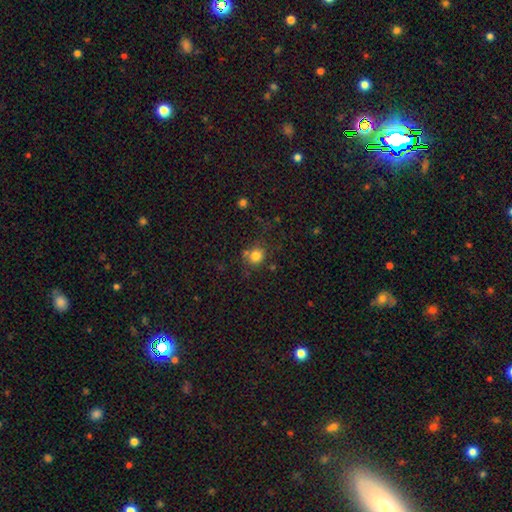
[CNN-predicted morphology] Smooth or featured?
  - smooth: 81% *
  - star or artifact: 13%
  - featured or disk: 7%
How rounded?
  - round: 81% *
  - in between: 18%
  - cigar-shaped: 1%
Merging?
  - none: 71% *
  - minor disturbance: 14%
  - merger: 10%
  - major disturbance: 5%